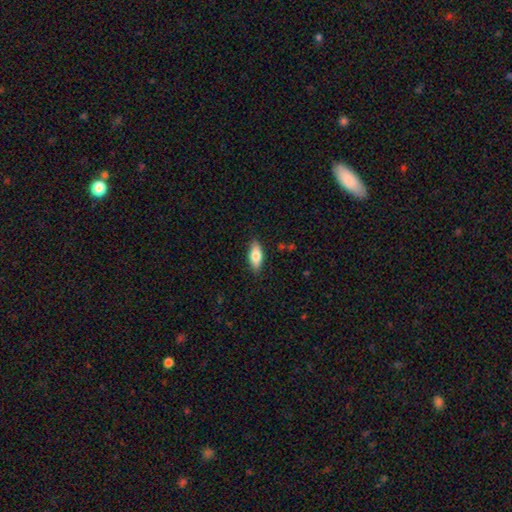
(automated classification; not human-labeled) This appears to be a smooth galaxy with no disk features (77%) that is in between round and cigar-shaped (81%). Merging: none (86%).